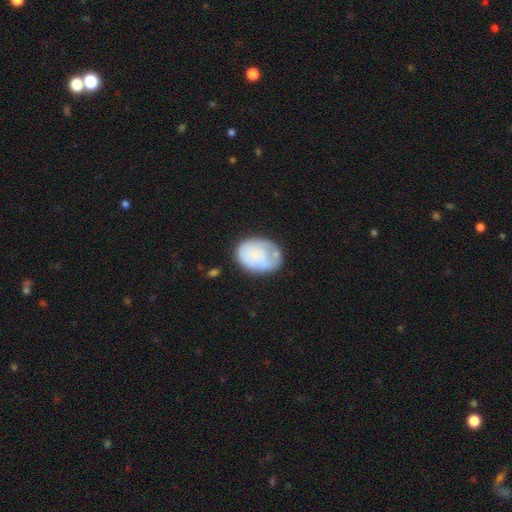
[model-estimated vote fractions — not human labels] A smooth galaxy with no disk features (65%) that is in between round and cigar-shaped (75%).

Vote fractions:
- Smooth or featured? smooth: 65% / featured or disk: 27% / star or artifact: 7%
- How rounded? in between: 75% / round: 24% / cigar-shaped: 1%
- Merging? none: 55% / minor disturbance: 29% / major disturbance: 11% / merger: 5%